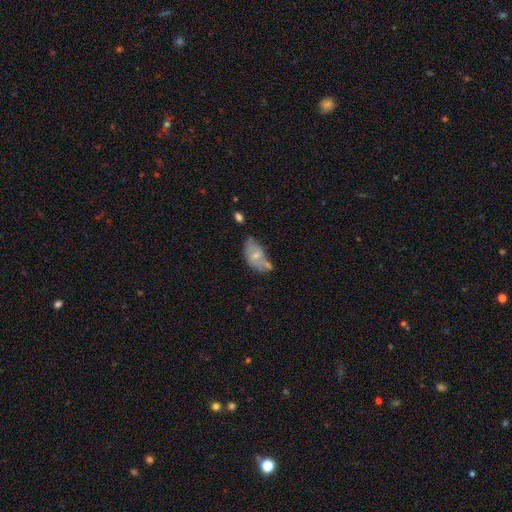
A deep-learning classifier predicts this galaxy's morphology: type=smooth (56%); roundness=in between (92%); merging=none (35%).